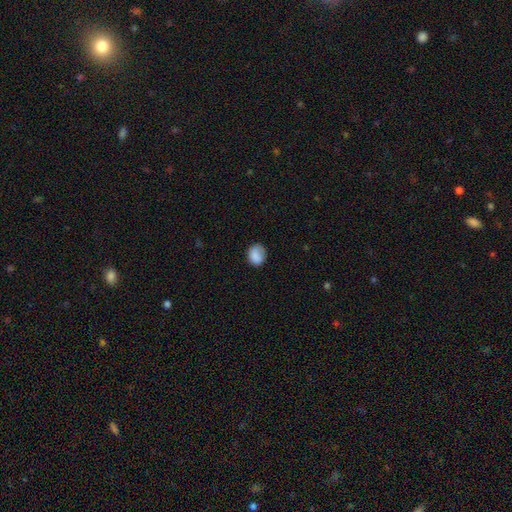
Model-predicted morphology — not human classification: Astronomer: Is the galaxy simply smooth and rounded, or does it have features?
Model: smooth — 86%.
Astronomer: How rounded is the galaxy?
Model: round — 60% (runner-up: in between, 39%).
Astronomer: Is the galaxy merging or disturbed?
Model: none — 73%.